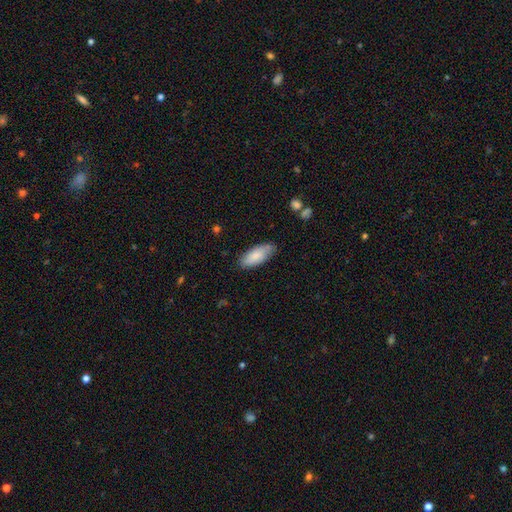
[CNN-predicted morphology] smooth_or_featured: smooth (p=0.82) [alt: featured or disk p=0.12]
how_rounded: in between (p=0.83) [alt: cigar-shaped p=0.15]
merging: none (p=0.75) [alt: minor disturbance p=0.20]